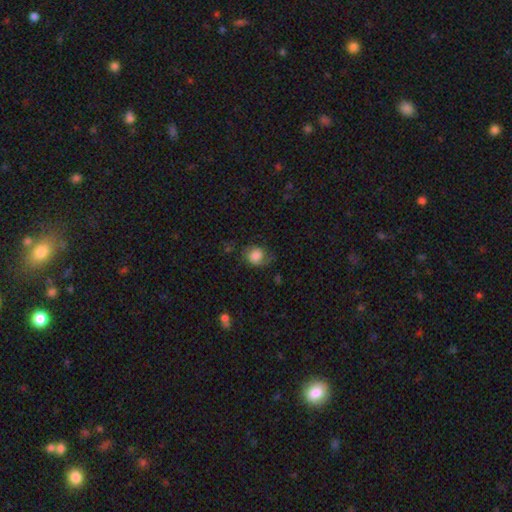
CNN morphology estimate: Smooth or featured? smooth (73%)
How rounded? round (68%)
Merging? none (56%)